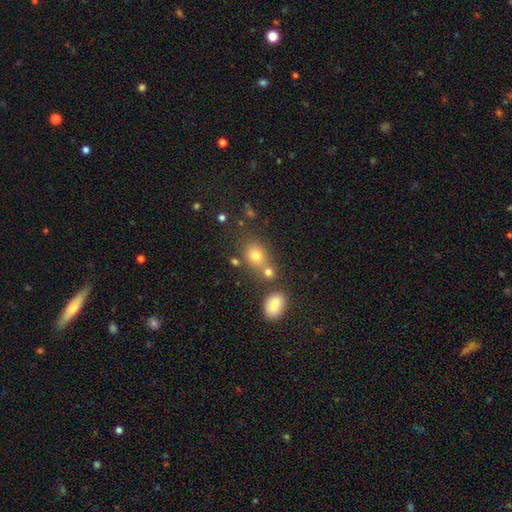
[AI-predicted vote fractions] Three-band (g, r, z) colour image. It shows a smooth galaxy with no disk features (74%) that is round (58%). Merging: none (58%).